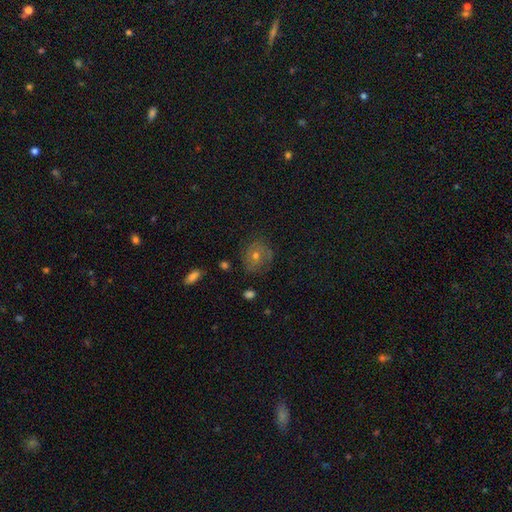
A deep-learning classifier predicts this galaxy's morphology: smooth_or_featured: featured or disk (p=0.44) [alt: smooth p=0.37]
merging: none (p=0.75) [alt: minor disturbance p=0.17]